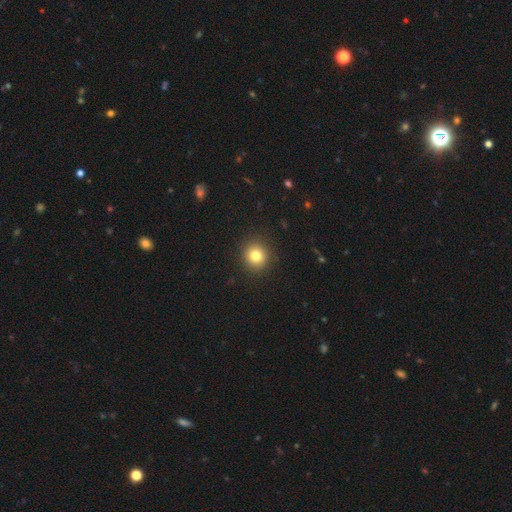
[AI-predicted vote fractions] smooth_or_featured: smooth (p=0.81) [alt: star or artifact p=0.12]
how_rounded: round (p=0.90) [alt: in between p=0.09]
merging: none (p=0.91) [alt: minor disturbance p=0.06]